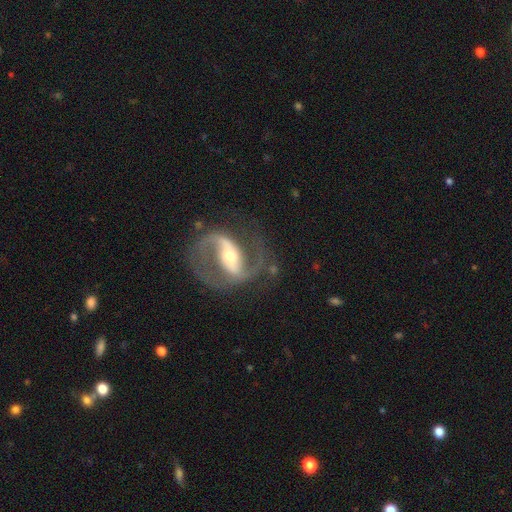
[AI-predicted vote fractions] Smooth or featured? featured or disk (90%)
Edge-on disk? no (96%)
Bar? strong (60%)
Spiral arms? yes (95%)
Spiral winding? medium (54%)
Spiral arm count? 2 (91%)
Bulge size? moderate (58%)
Merging? none (74%)